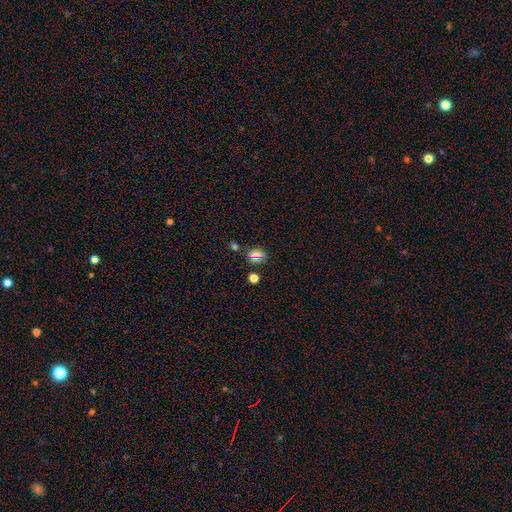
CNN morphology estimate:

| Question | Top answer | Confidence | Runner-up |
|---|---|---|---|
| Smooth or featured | smooth | 63% | star or artifact (23%) |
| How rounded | in between | 61% | round (34%) |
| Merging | none | 76% | minor disturbance (14%) |